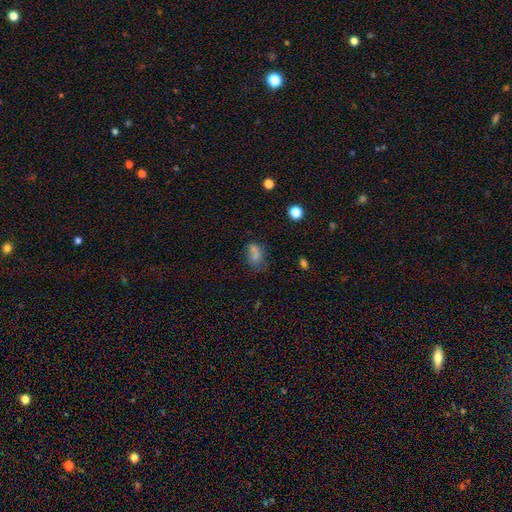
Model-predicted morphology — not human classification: Smooth or featured? Predicted: smooth (p=0.62). How rounded? Predicted: in between (p=0.72). Merging? Predicted: none (p=0.41).